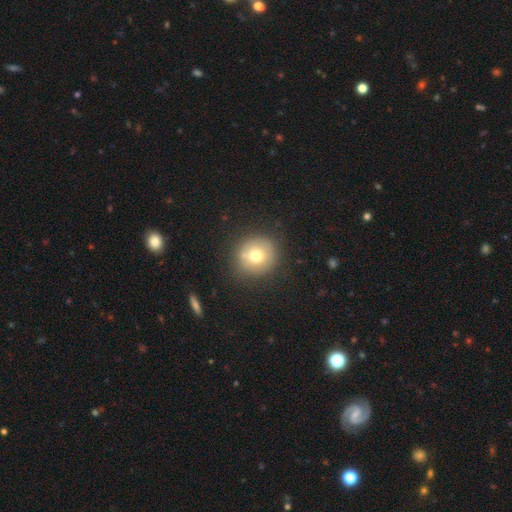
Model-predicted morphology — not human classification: A smooth galaxy with no disk features (71%) that is round (91%). Merging: none (83%).